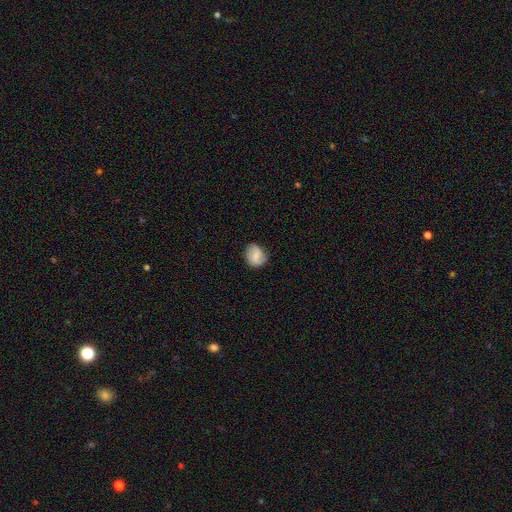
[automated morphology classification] Q: Smooth or featured?
A: smooth (58%); runner-up: featured or disk (34%)
Q: How rounded?
A: round (62%); runner-up: in between (37%)
Q: Merging?
A: none (76%); runner-up: minor disturbance (18%)